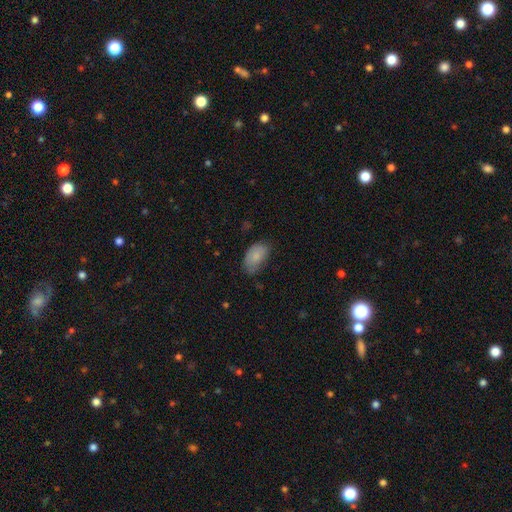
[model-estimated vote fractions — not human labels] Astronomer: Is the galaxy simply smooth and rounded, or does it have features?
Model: smooth — 82%.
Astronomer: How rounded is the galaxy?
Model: in between — 93%.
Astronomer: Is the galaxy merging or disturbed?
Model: none — 61%.